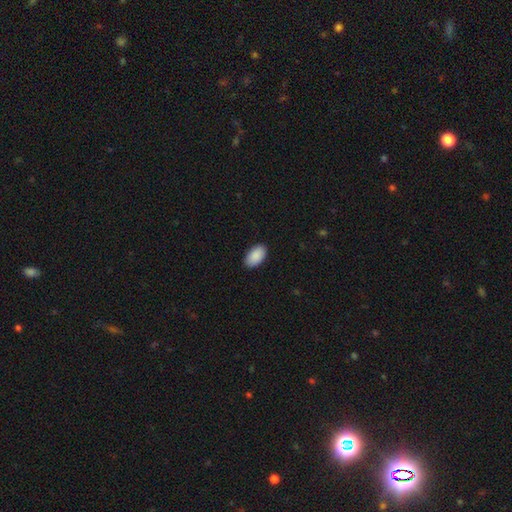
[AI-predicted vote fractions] Smooth or featured? smooth (91%)
How rounded? in between (96%)
Merging? none (90%)